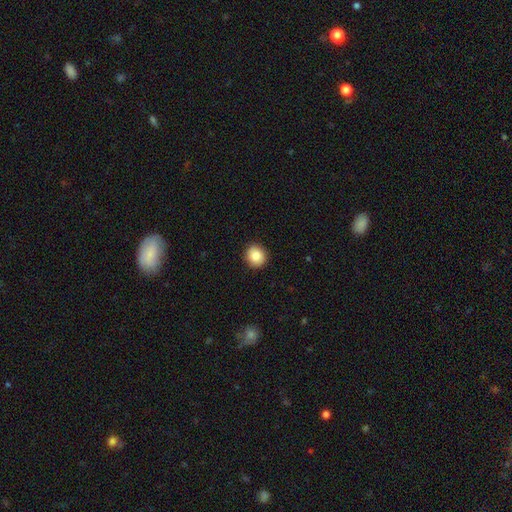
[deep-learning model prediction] A smooth galaxy with no disk features (85%) that is round (84%). Merging: none (91%).